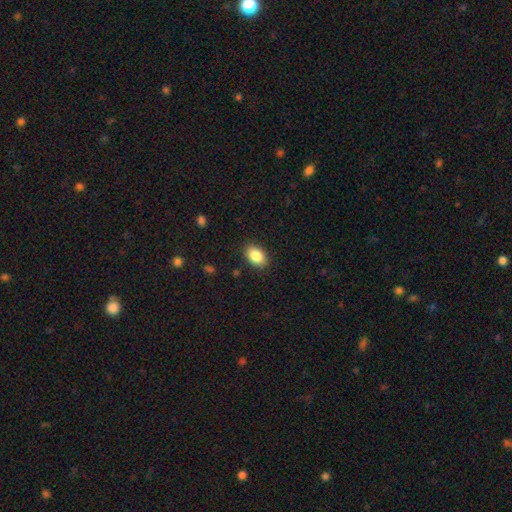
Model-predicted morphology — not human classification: This appears to be a smooth galaxy with no disk features (86%) that is in between round and cigar-shaped (86%). Merging: none (88%).